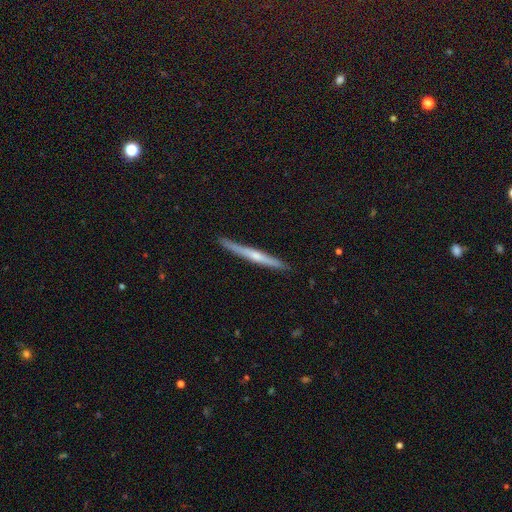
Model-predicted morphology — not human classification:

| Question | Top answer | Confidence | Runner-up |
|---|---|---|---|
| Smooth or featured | featured or disk | 64% | smooth (30%) |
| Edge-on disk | yes | 97% | no (3%) |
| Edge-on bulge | rounded | 61% | none (33%) |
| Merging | none | 90% | minor disturbance (8%) |